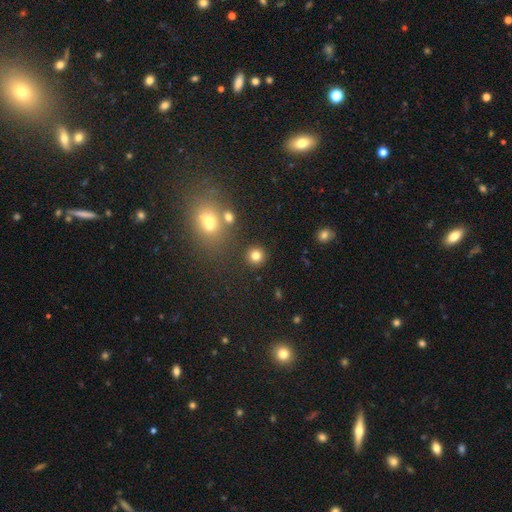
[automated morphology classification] Smooth or featured? smooth (81%)
How rounded? round (93%)
Merging? none (88%)